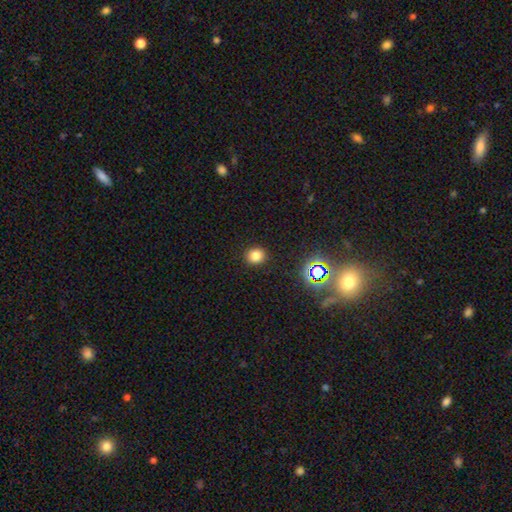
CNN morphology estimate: Smooth or featured? smooth (79%)
How rounded? round (81%)
Merging? none (91%)